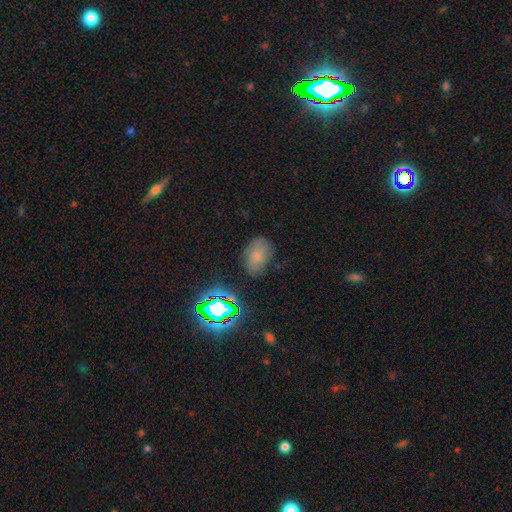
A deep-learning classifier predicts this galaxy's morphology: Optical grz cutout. It shows a smooth galaxy with no disk features (61%) that is in between round and cigar-shaped (85%). Merging: none (72%).